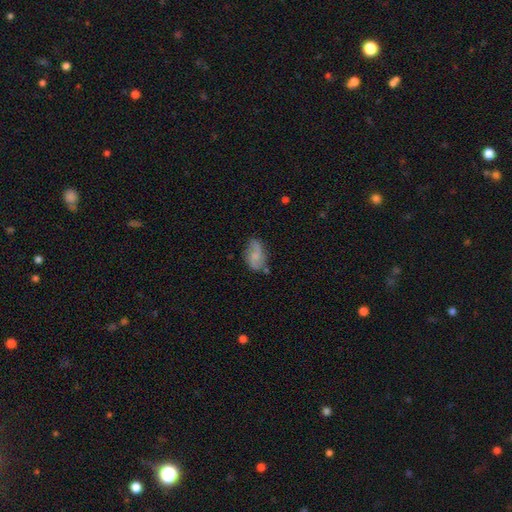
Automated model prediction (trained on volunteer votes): Smooth or featured? Predicted: featured or disk (p=0.50). Edge-on disk? Predicted: no (p=0.96). Merging? Predicted: none (p=0.58).